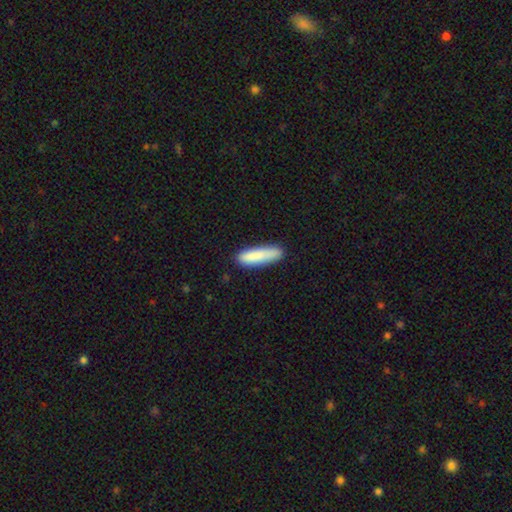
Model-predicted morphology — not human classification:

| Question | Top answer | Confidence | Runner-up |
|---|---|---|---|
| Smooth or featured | smooth | 86% | featured or disk (8%) |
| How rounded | cigar-shaped | 75% | in between (23%) |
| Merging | none | 82% | minor disturbance (14%) |